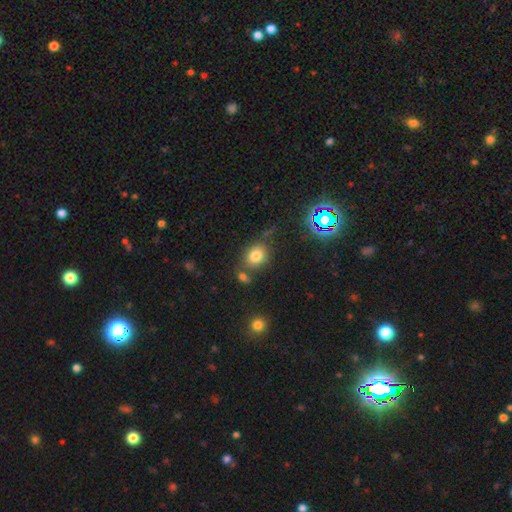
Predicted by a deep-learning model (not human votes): Overall: smooth (77%). How rounded: in between (50%; round 49%). Merging: none (66%).